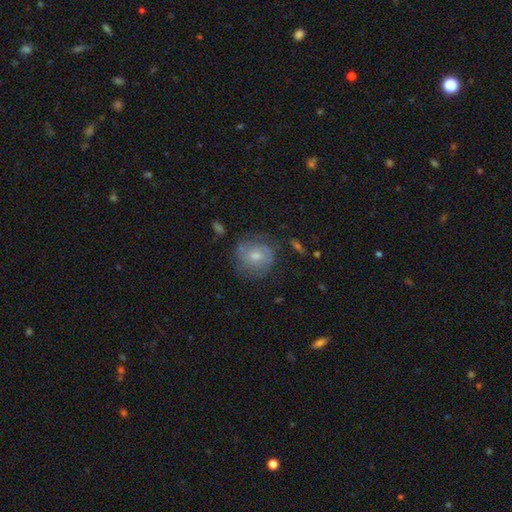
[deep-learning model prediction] This appears to be a featured or disk galaxy (54%) with no bar (71%), spiral arms (79%) and a moderate central bulge (52%). Merging: none (72%).